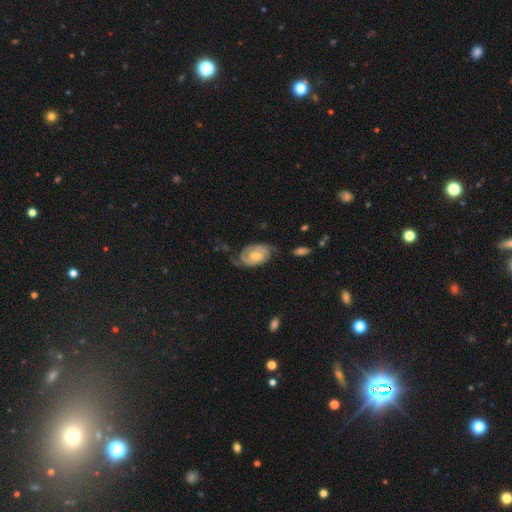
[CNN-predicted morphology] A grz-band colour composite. It shows a featured or disk galaxy (81%) with no bar (63%), 2 (74%) tight (57%) spiral arms (94%) and a moderate central bulge (53%). Merging: none (59%).